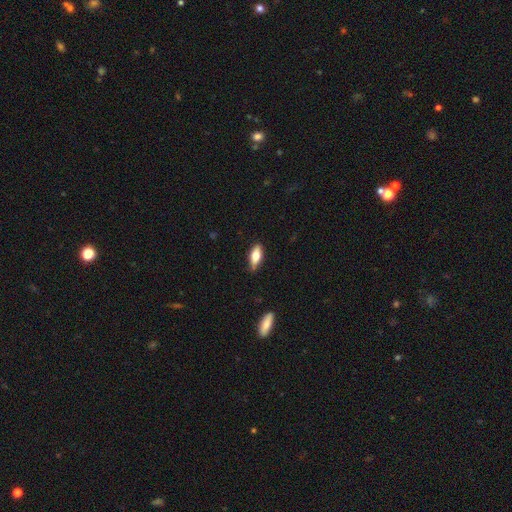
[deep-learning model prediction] Smooth or featured?
  - smooth: 66% *
  - featured or disk: 28%
  - star or artifact: 6%
How rounded?
  - in between: 75% *
  - cigar-shaped: 22%
  - round: 3%
Merging?
  - none: 82% *
  - minor disturbance: 14%
  - major disturbance: 2%
  - merger: 1%